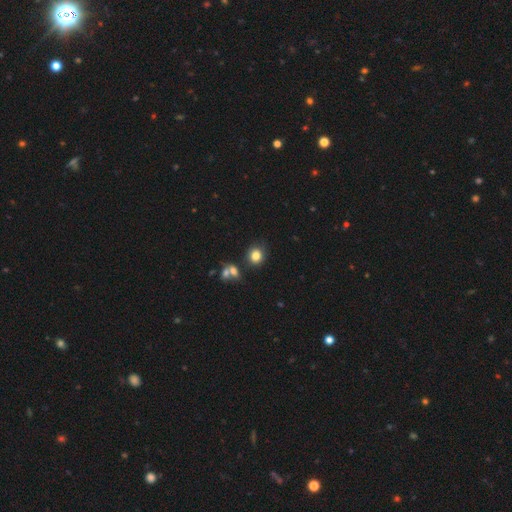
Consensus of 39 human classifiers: Volunteers were most divided on "how rounded": round: 53%, in between: 44%, cigar-shaped: 3%. More confident: smooth or featured — smooth (92%); merging — none (73%).